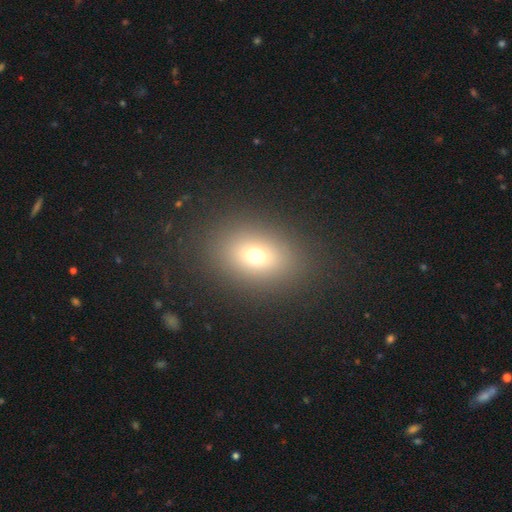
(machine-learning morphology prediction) Smooth or featured: smooth — 68% (star or artifact — 18%)
How rounded: in between — 59% (round — 40%)
Merging: none — 85% (minor disturbance — 8%)